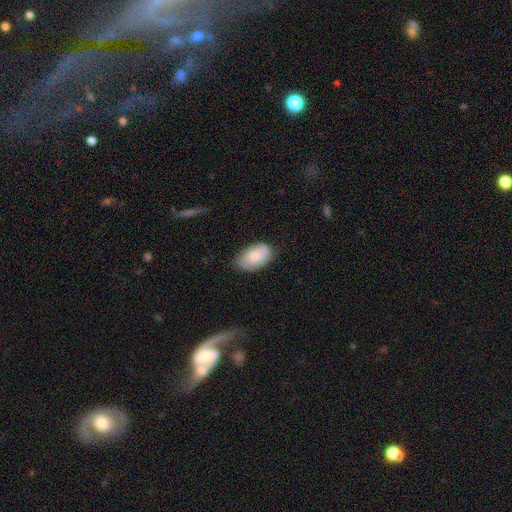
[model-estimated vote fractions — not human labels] Morphology: type=smooth (74%); roundness=in between (92%); merging=none (73%).